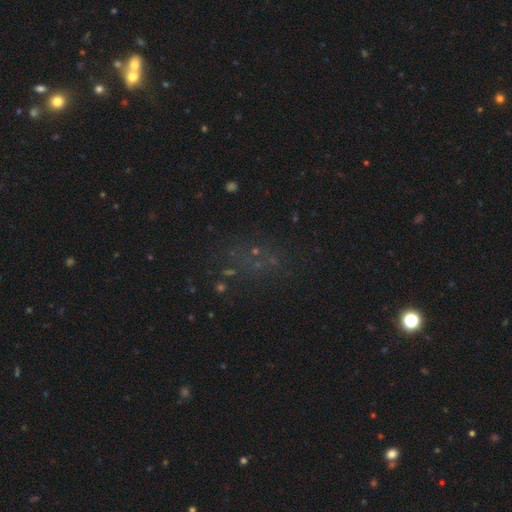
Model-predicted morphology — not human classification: Overall: star or artifact (52%; smooth 29%).